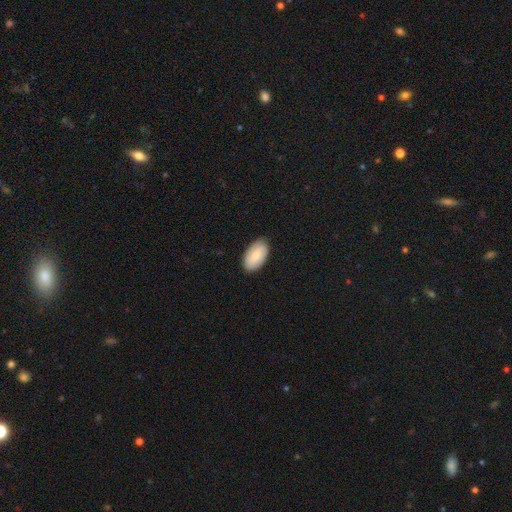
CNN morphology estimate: Smooth or featured?
  - smooth: 78% *
  - featured or disk: 16%
  - star or artifact: 6%
How rounded?
  - in between: 95% *
  - round: 3%
  - cigar-shaped: 2%
Merging?
  - none: 85% *
  - minor disturbance: 12%
  - major disturbance: 2%
  - merger: 1%